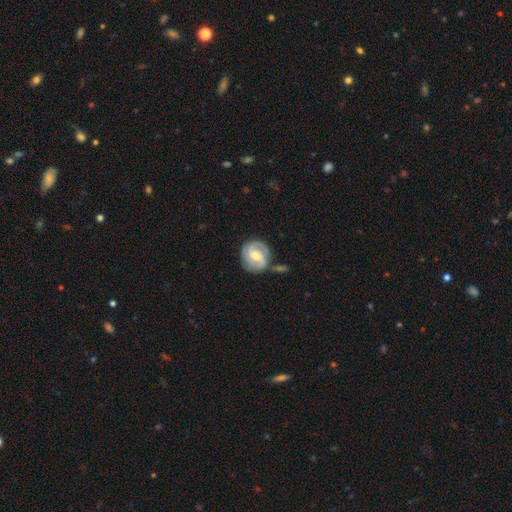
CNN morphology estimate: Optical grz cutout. It shows a featured or disk galaxy (74%) with a weak bar (50%), 2 (60%) tight (48%) spiral arms (93%) and a moderate central bulge (54%). Merging: none (65%).